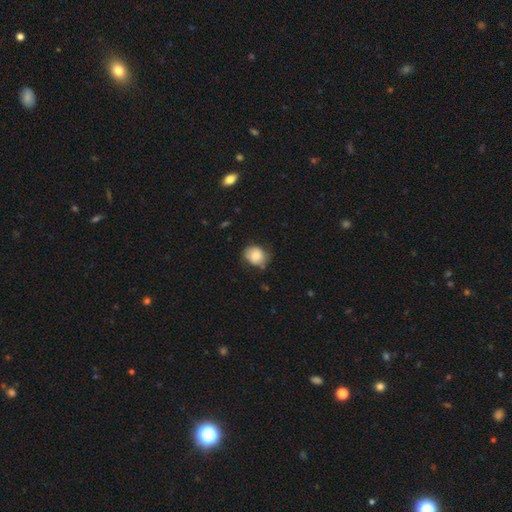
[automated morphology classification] The model was most divided on "how rounded": round: 64%, in between: 36%, cigar-shaped: 1%. More confident: smooth or featured — smooth (78%); merging — none (62%).